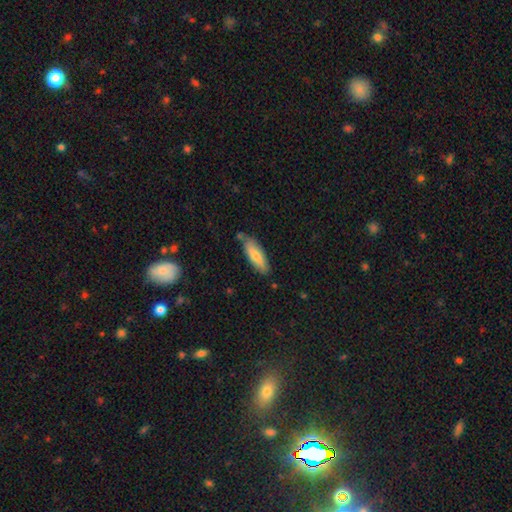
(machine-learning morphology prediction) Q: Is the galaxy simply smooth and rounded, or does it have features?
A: smooth — 74%.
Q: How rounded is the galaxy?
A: in between — 52%.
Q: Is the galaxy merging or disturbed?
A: none — 73%.